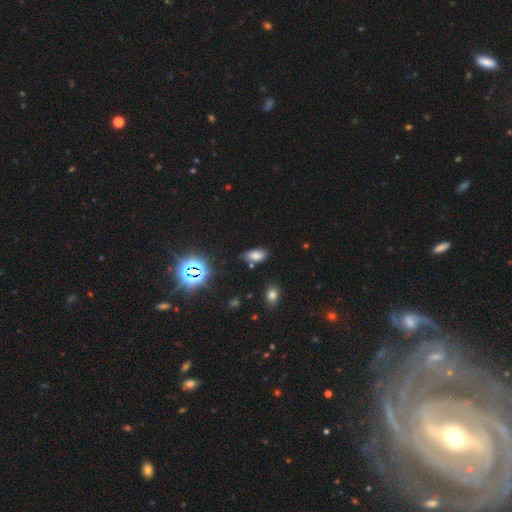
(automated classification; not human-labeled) smooth 69%, star or artifact 22%, featured or disk 9%. Down the decision tree: how rounded — in between (92%); merging — none (74%).